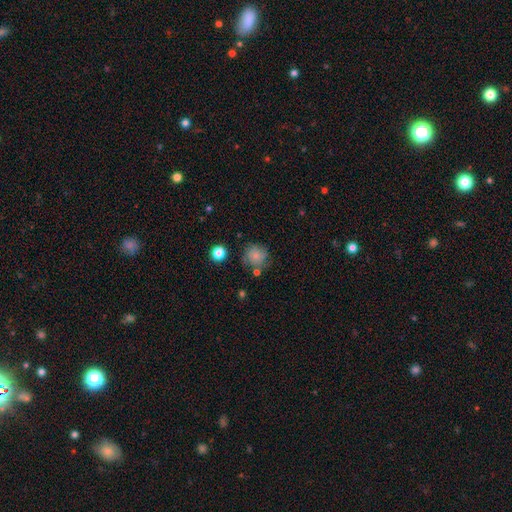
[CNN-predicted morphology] A smooth galaxy with no disk features (68%) that is round (88%).

Vote fractions:
- Smooth or featured? smooth: 68% / featured or disk: 20% / star or artifact: 11%
- How rounded? round: 88% / in between: 11% / cigar-shaped: 1%
- Merging? none: 67% / minor disturbance: 20% / major disturbance: 7% / merger: 6%